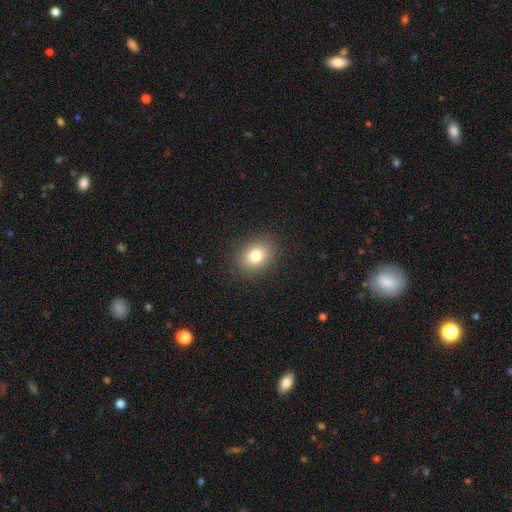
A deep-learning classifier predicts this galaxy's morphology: This is likely a smooth galaxy (79%). How rounded: possibly in between (53%). Merging: clearly none (88%).